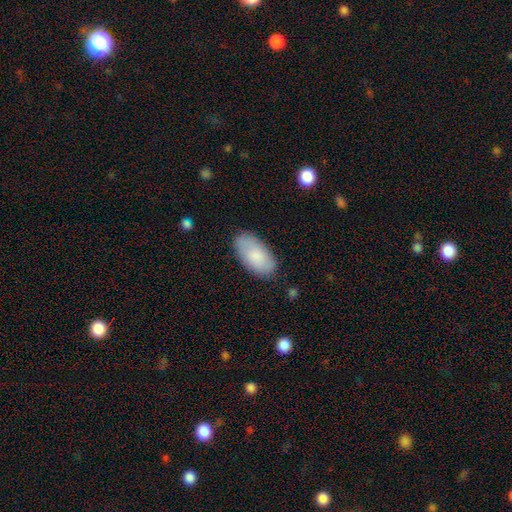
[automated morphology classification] type=smooth (83%); roundness=in between (96%); merging=none (82%).